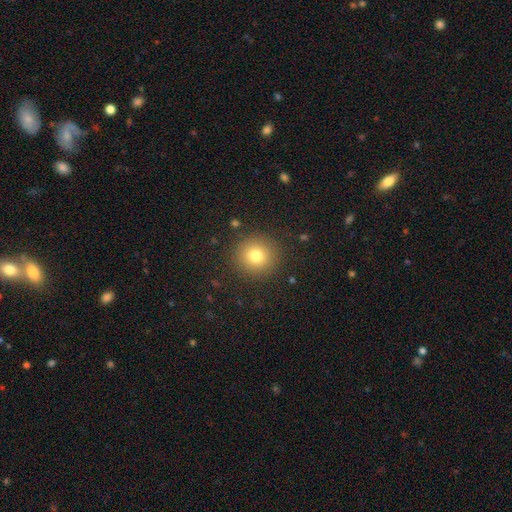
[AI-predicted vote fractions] The model was most divided on "smooth or featured": smooth: 78%, star or artifact: 13%, featured or disk: 9%. More confident: how rounded — round (93%); merging — none (89%).